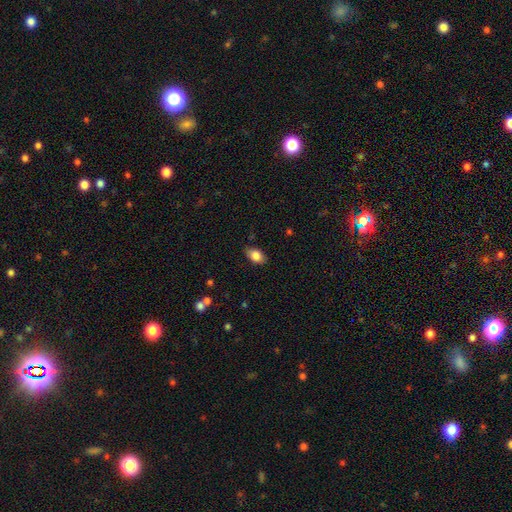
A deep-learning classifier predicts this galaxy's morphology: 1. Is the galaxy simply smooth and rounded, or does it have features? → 83% smooth, 9% featured or disk, 8% star or artifact.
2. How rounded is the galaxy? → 87% in between, 12% round, 2% cigar-shaped.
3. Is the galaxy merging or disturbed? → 83% none, 14% minor disturbance, 3% major disturbance, 1% merger.